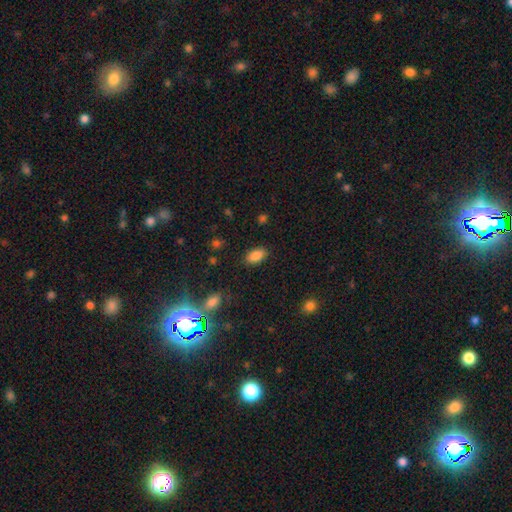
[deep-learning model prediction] smooth_or_featured: smooth (p=0.86) [alt: star or artifact p=0.09]
how_rounded: in between (p=0.92) [alt: cigar-shaped p=0.04]
merging: none (p=0.86) [alt: minor disturbance p=0.10]